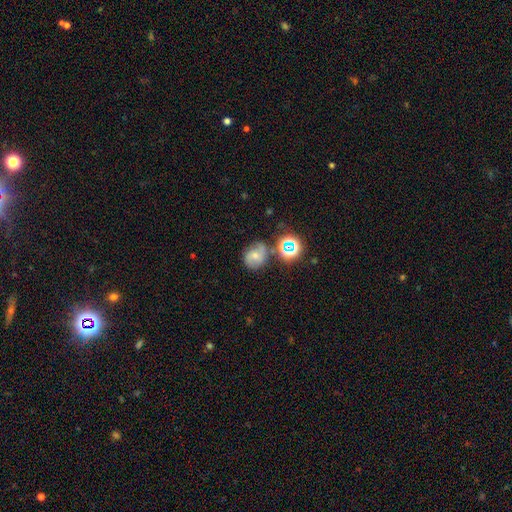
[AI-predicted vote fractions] Q: Smooth or featured?
A: featured or disk (41%); tied with: smooth (41%)
Q: Merging?
A: none (65%); runner-up: minor disturbance (20%)